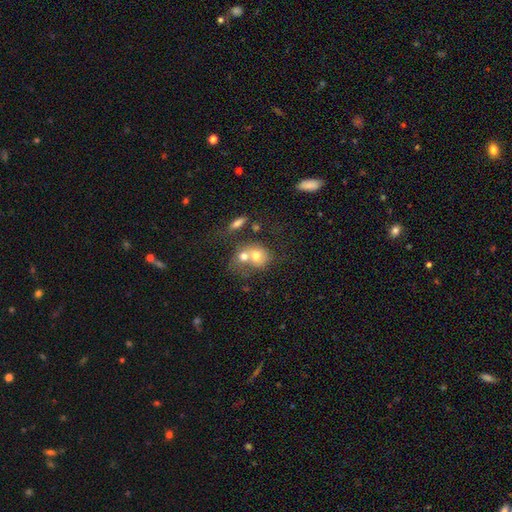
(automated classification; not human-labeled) Morphology: type=smooth (65%); roundness=round (62%); merging=merger (66%).